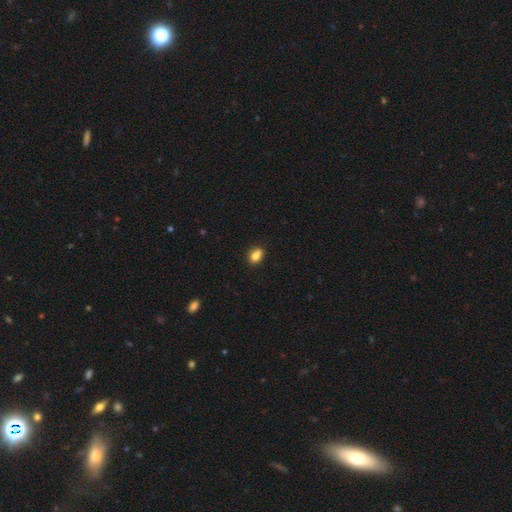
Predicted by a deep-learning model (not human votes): Smooth or featured? Predicted: smooth (p=0.83). How rounded? Predicted: in between (p=0.68). Merging? Predicted: none (p=0.79).